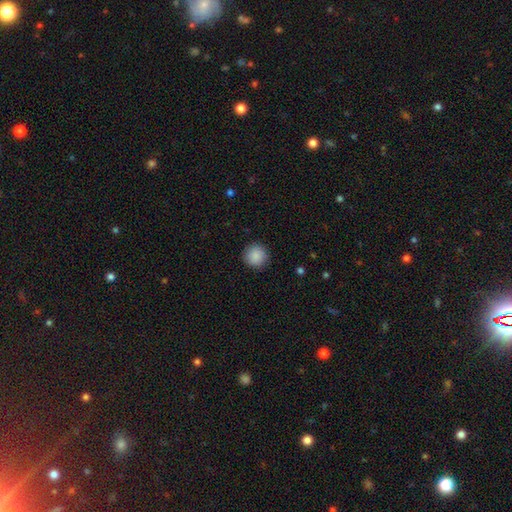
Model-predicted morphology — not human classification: Q: Smooth or featured?
A: smooth (88%); runner-up: star or artifact (8%)
Q: How rounded?
A: round (95%); runner-up: in between (4%)
Q: Merging?
A: none (91%); runner-up: minor disturbance (6%)